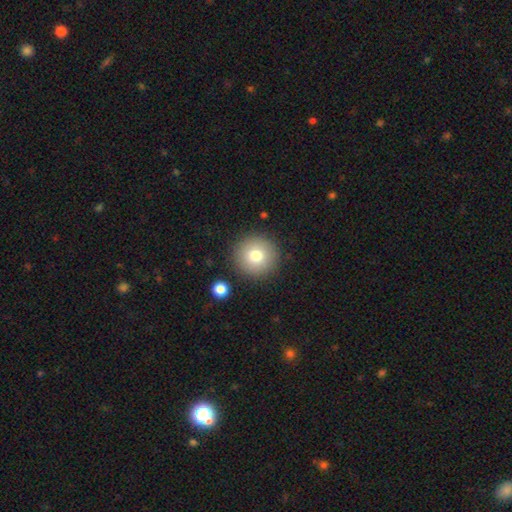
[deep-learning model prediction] Q: Smooth or featured?
A: smooth (78%); runner-up: featured or disk (12%)
Q: How rounded?
A: round (96%); runner-up: in between (3%)
Q: Merging?
A: none (89%); runner-up: minor disturbance (6%)